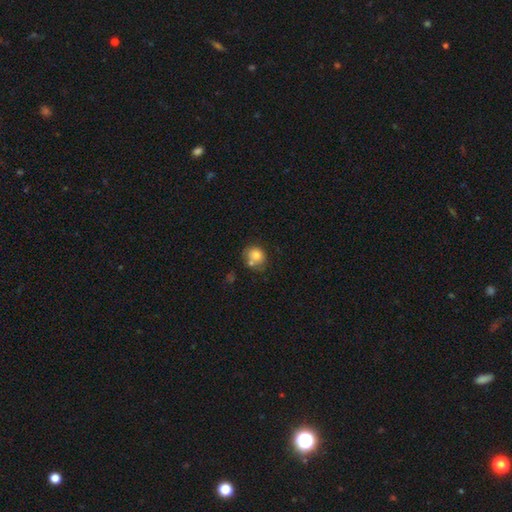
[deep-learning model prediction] This is likely a smooth galaxy (78%). How rounded: likely round (79%). Merging: possibly none (55%).